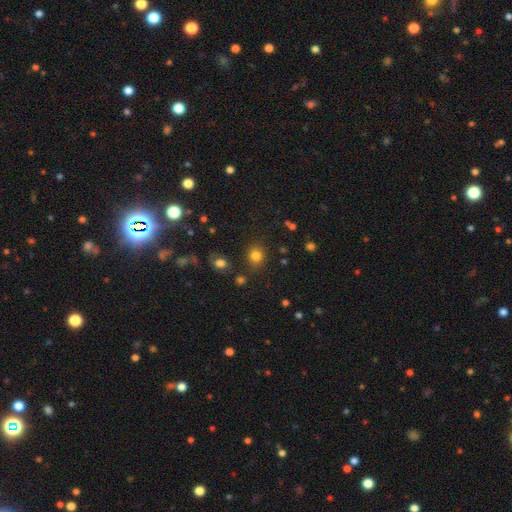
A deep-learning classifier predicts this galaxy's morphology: Smooth or featured: smooth — 80% (star or artifact — 15%)
How rounded: round — 77% (in between — 22%)
Merging: none — 82% (minor disturbance — 10%)